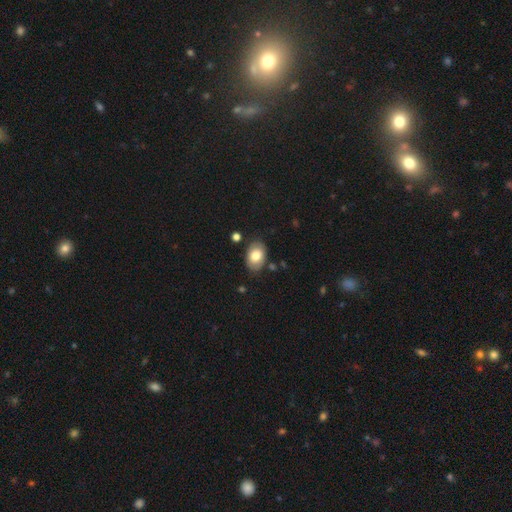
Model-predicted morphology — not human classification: A smooth galaxy with no disk features (76%) that is in between round and cigar-shaped (85%). Merging: none (81%).